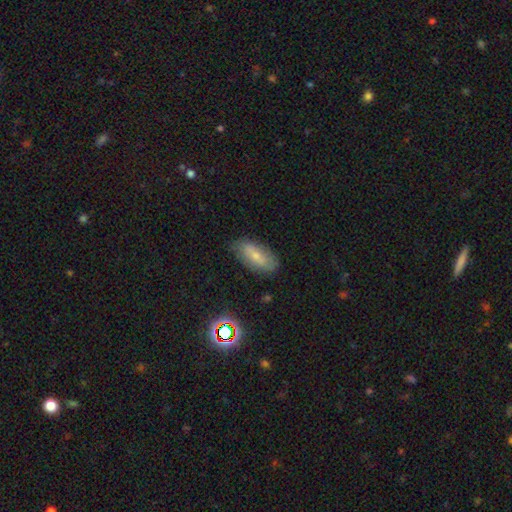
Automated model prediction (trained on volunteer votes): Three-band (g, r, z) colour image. It shows a smooth galaxy with no disk features (60%) that is in between round and cigar-shaped (82%). Merging: none (77%).